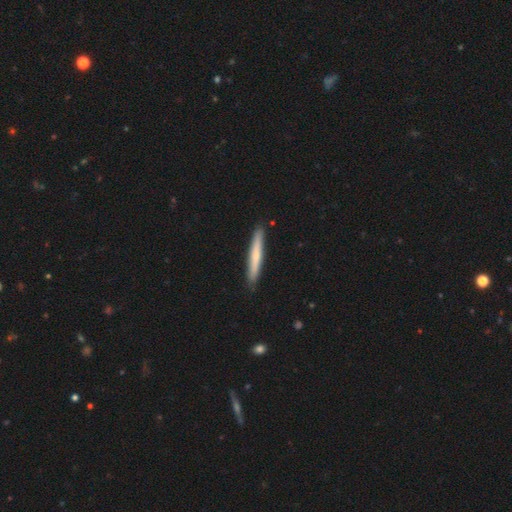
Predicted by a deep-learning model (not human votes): Morphology: type=smooth (60%); roundness=cigar-shaped (96%); merging=none (90%).